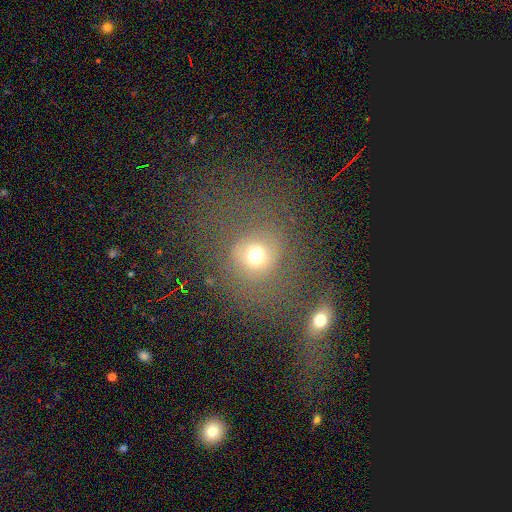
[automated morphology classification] Smooth or featured: smooth — 66% (star or artifact — 19%)
How rounded: round — 82% (in between — 17%)
Merging: none — 64% (major disturbance — 16%)